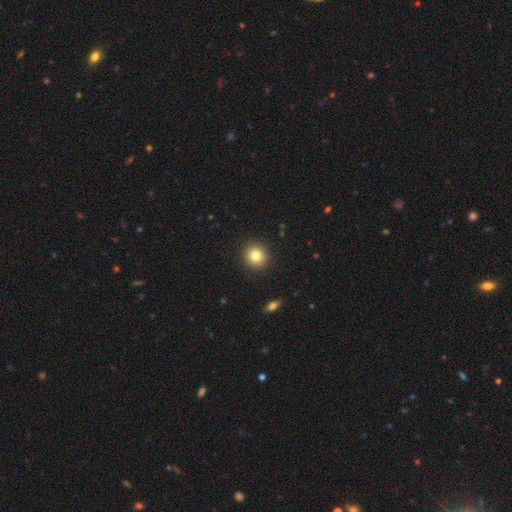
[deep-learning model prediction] smooth 80%, star or artifact 11%, featured or disk 9%. Down the decision tree: how rounded — round (92%); merging — none (92%).